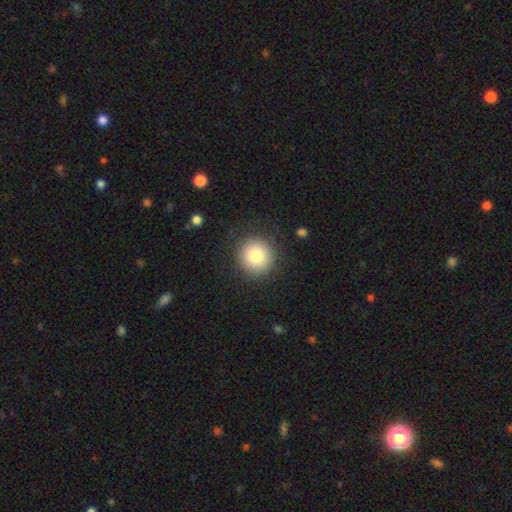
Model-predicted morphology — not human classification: smooth_or_featured: smooth (p=0.82) [alt: star or artifact p=0.09]
how_rounded: round (p=0.92) [alt: in between p=0.07]
merging: none (p=0.89) [alt: minor disturbance p=0.07]